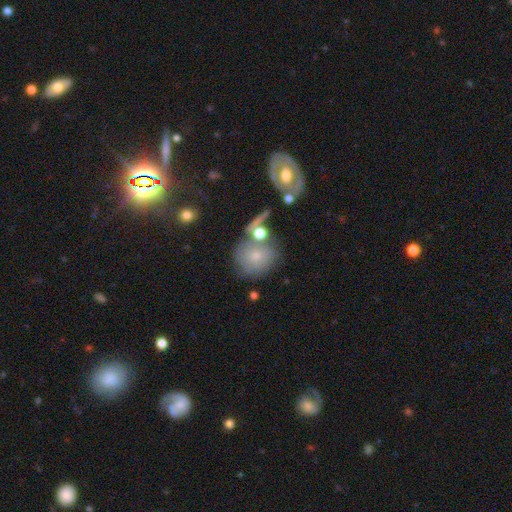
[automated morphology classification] Smooth or featured? Predicted: smooth (p=0.63). How rounded? Predicted: round (p=0.80). Merging? Predicted: none (p=0.54).